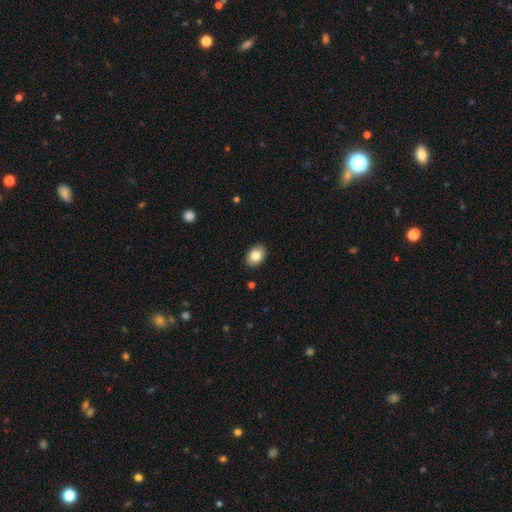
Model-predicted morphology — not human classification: This appears to be a smooth galaxy with no disk features (84%) that is in between round and cigar-shaped (83%). Merging: none (90%).